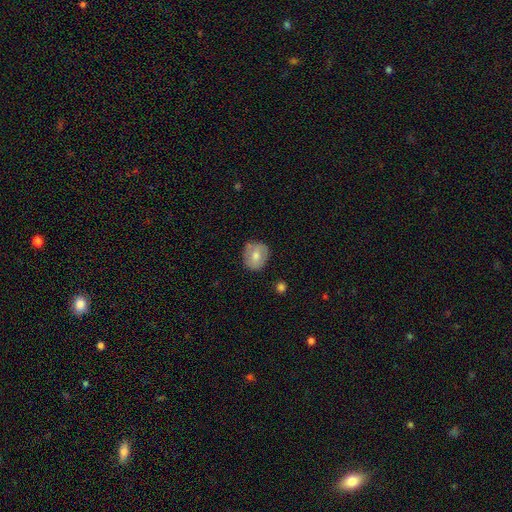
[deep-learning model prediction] This is likely a smooth galaxy (66%). How rounded: likely round (70%). Merging: likely none (72%).